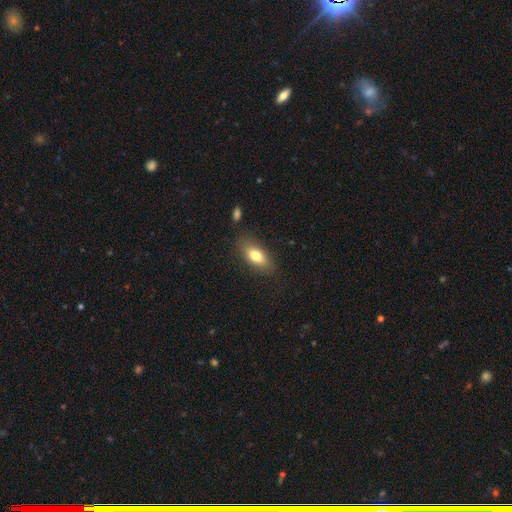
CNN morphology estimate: smooth_or_featured: smooth (p=0.77) [alt: featured or disk p=0.16]
how_rounded: in between (p=0.83) [alt: cigar-shaped p=0.12]
merging: none (p=0.81) [alt: minor disturbance p=0.13]